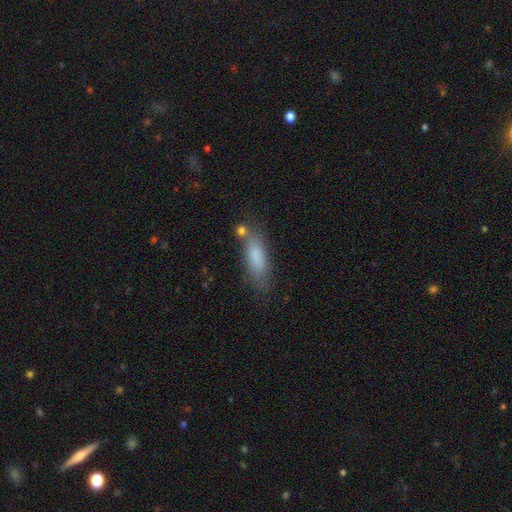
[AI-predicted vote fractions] Overall: smooth (79%). How rounded: in between (53%; cigar-shaped 44%). Merging: none (69%).